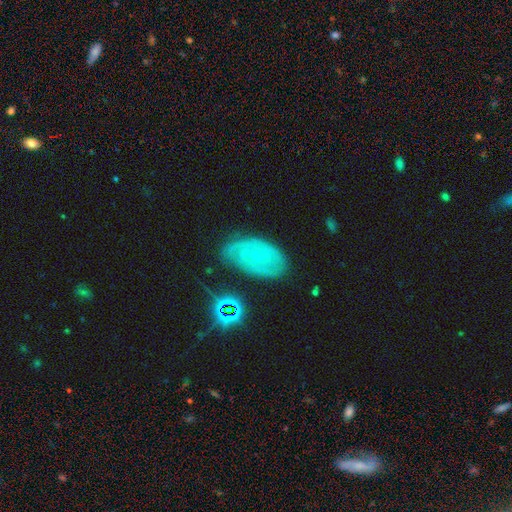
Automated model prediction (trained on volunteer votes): Q: Smooth or featured?
A: featured or disk (76%); runner-up: smooth (14%)
Q: Edge-on disk?
A: no (96%); runner-up: yes (4%)
Q: Bar?
A: no (56%); runner-up: weak (36%)
Q: Spiral arms?
A: yes (93%); runner-up: no (7%)
Q: Spiral winding?
A: tight (63%); runner-up: medium (30%)
Q: Spiral arm count?
A: 2 (47%); runner-up: can't tell (27%)
Q: Bulge size?
A: small (83%); runner-up: moderate (11%)
Q: Merging?
A: none (70%); runner-up: minor disturbance (20%)